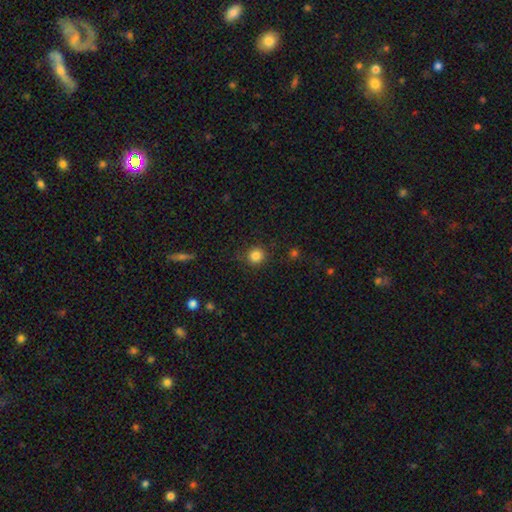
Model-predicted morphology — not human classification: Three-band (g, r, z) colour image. It shows a smooth galaxy with no disk features (84%) that is round (92%). Merging: none (87%).